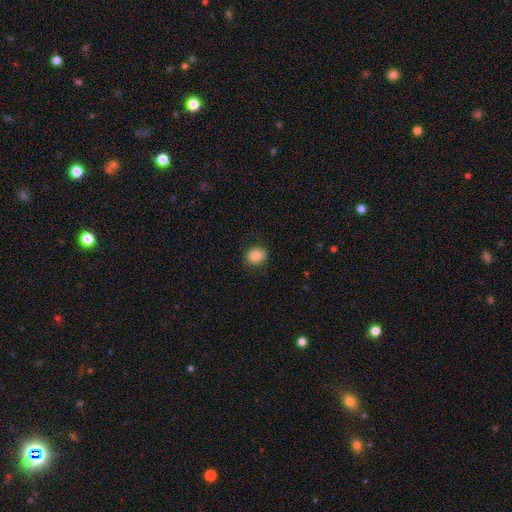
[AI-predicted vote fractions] smooth-or-featured: smooth: 86% | star or artifact: 9% | featured or disk: 5%
  how-rounded: round: 59% | in between: 40% | cigar-shaped: 1%
  merging: none: 88% | minor disturbance: 9% | major disturbance: 2% | merger: 1%